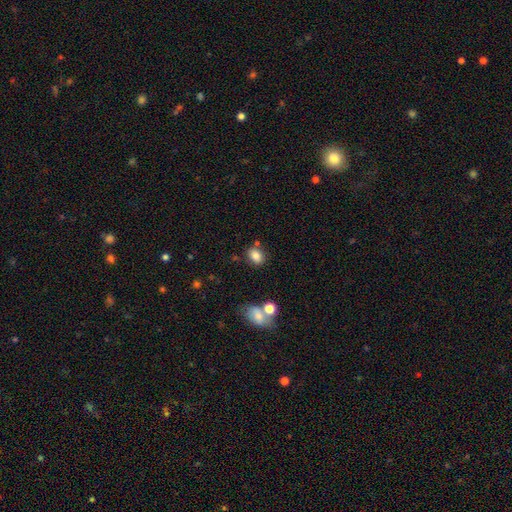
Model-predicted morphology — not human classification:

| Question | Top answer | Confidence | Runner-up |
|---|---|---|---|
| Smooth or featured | smooth | 81% | star or artifact (11%) |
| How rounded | in between | 69% | round (30%) |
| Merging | none | 74% | minor disturbance (13%) |